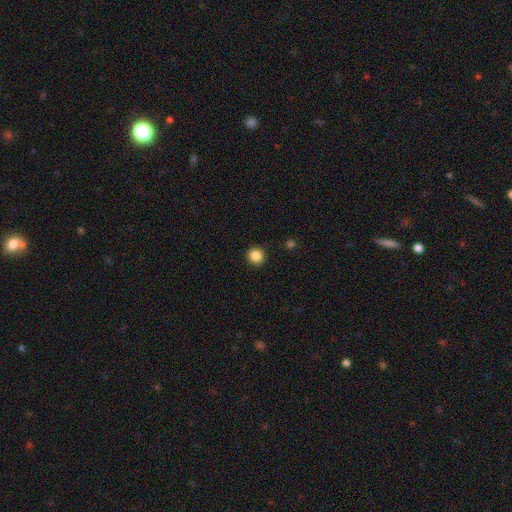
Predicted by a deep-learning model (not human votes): A smooth galaxy with no disk features (86%) that is round (94%). Merging: none (92%).